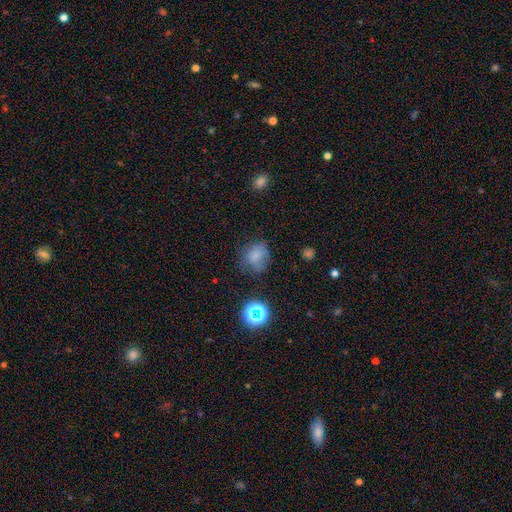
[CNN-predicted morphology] smooth 70%, star or artifact 18%, featured or disk 12%. Down the decision tree: how rounded — round (66%); merging — none (57%).